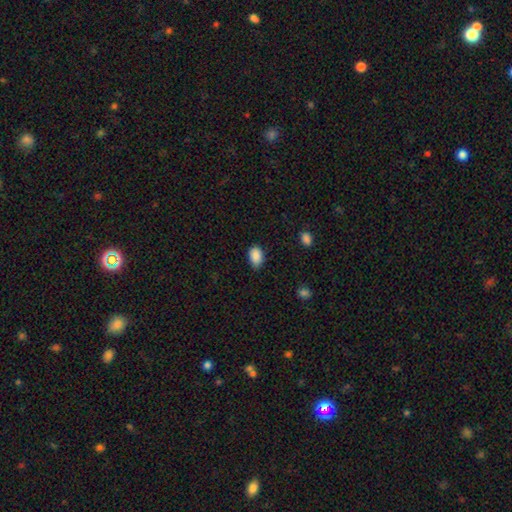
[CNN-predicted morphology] This appears to be a smooth galaxy with no disk features (89%) that is in between round and cigar-shaped (86%). Merging: none (76%).